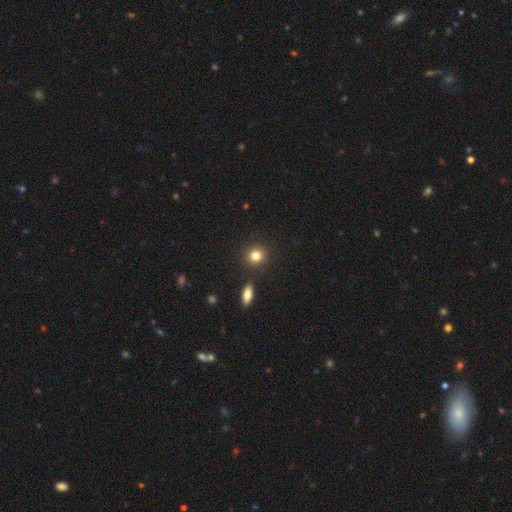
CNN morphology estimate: smooth 83%, star or artifact 11%, featured or disk 7%. Down the decision tree: how rounded — round (84%); merging — none (87%).